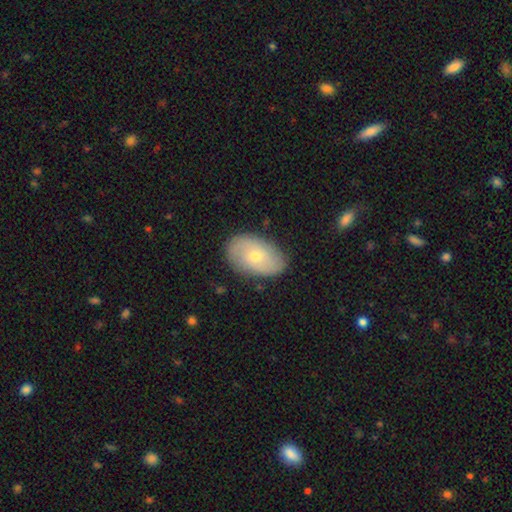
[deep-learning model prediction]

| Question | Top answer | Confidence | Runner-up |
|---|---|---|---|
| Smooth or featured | smooth | 55% | featured or disk (38%) |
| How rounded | in between | 90% | round (8%) |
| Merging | none | 83% | minor disturbance (13%) |